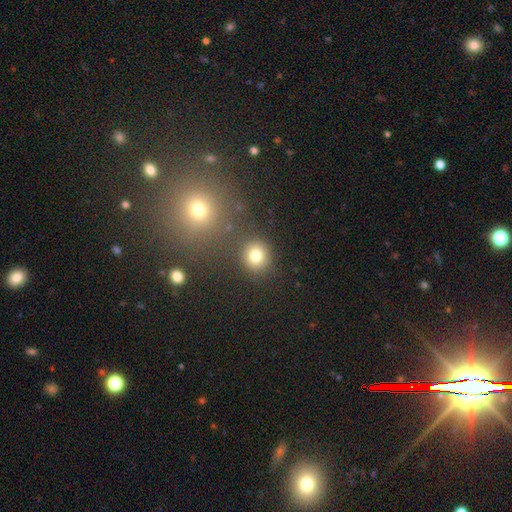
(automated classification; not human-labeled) Smooth or featured: smooth — 79% (star or artifact — 14%)
How rounded: round — 86% (in between — 13%)
Merging: none — 85% (minor disturbance — 7%)